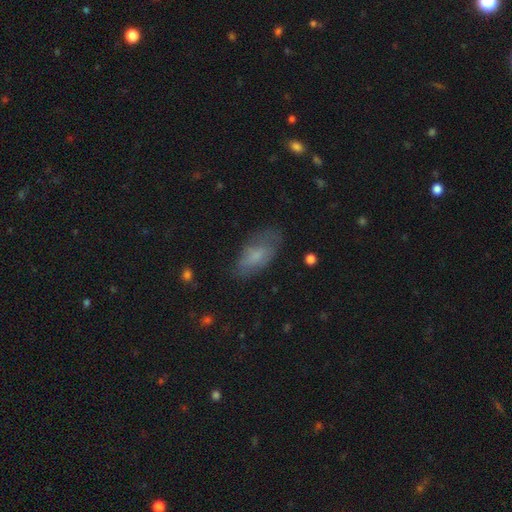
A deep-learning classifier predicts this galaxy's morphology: Smooth or featured? smooth (71%)
How rounded? in between (88%)
Merging? none (63%)